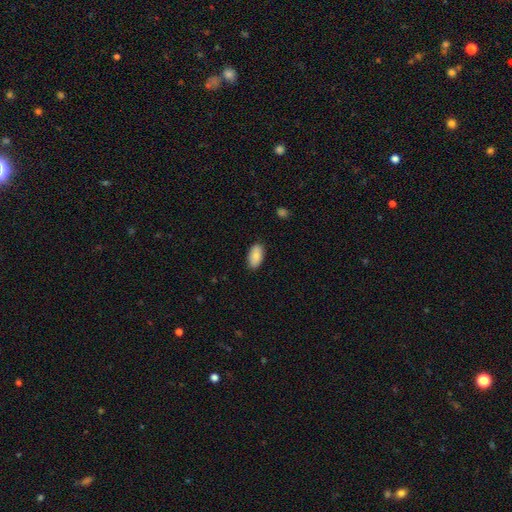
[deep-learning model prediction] Smooth or featured? Predicted: smooth (p=0.87). How rounded? Predicted: in between (p=0.95). Merging? Predicted: none (p=0.87).